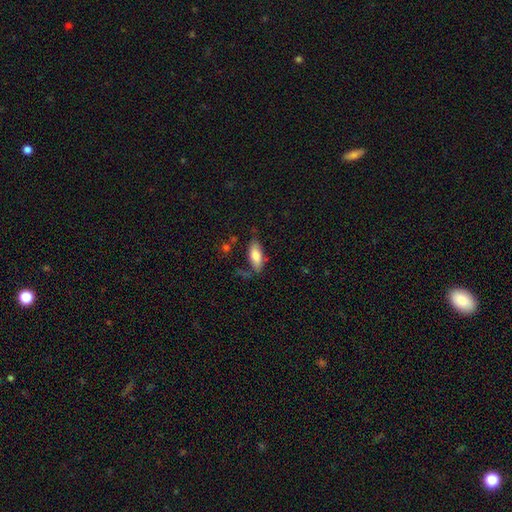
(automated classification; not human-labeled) Smooth or featured? Predicted: smooth (p=0.78). How rounded? Predicted: in between (p=0.80). Merging? Predicted: none (p=0.68).